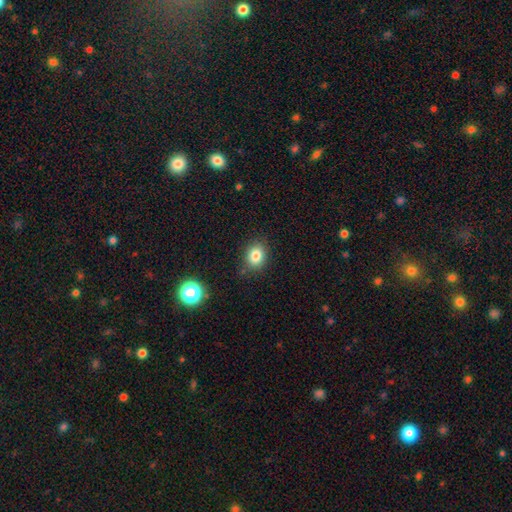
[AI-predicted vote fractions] Smooth or featured? smooth (82%)
How rounded? round (50%)
Merging? none (82%)